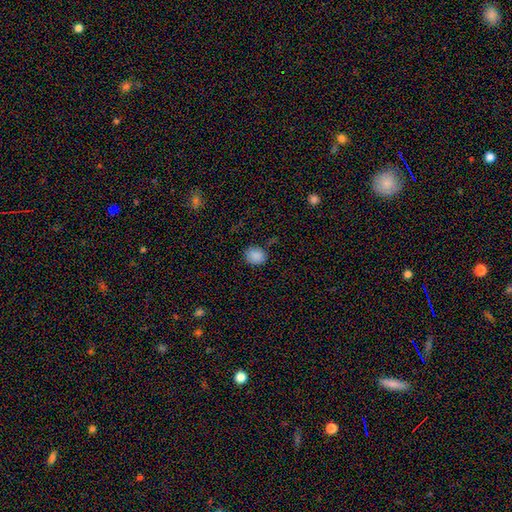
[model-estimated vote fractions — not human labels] The model was most divided on "how rounded": round: 61%, in between: 38%, cigar-shaped: 1%. More confident: smooth or featured — smooth (87%); merging — none (79%).